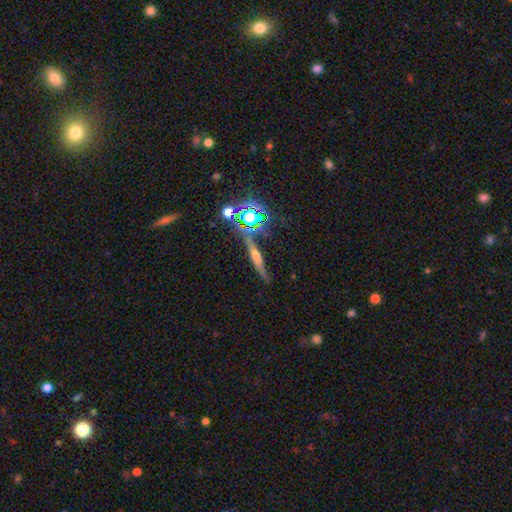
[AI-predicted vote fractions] Overall: featured or disk (51%; smooth 29%). Edge-on disk: yes (91%). Merging: none (79%).